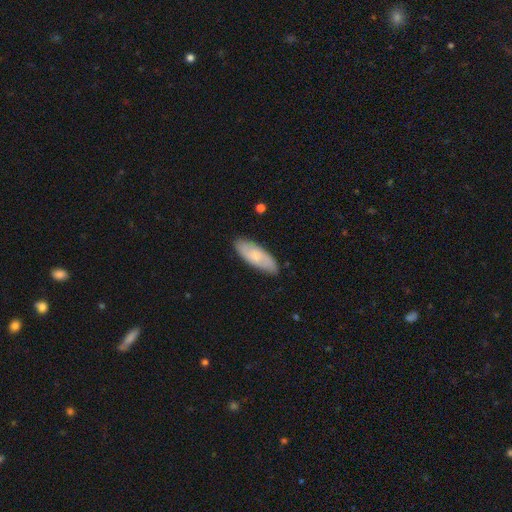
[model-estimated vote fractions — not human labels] This appears to be a smooth galaxy with no disk features (60%) that is in between round and cigar-shaped (72%). Merging: none (85%).